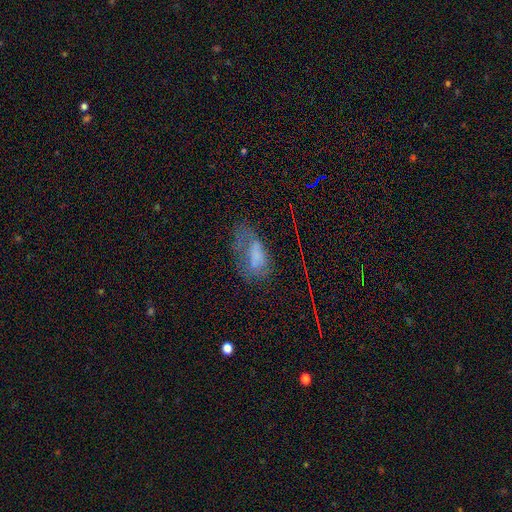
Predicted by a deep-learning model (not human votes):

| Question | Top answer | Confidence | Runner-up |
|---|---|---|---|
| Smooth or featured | smooth | 50% | featured or disk (33%) |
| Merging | major disturbance | 36% | none (35%) |